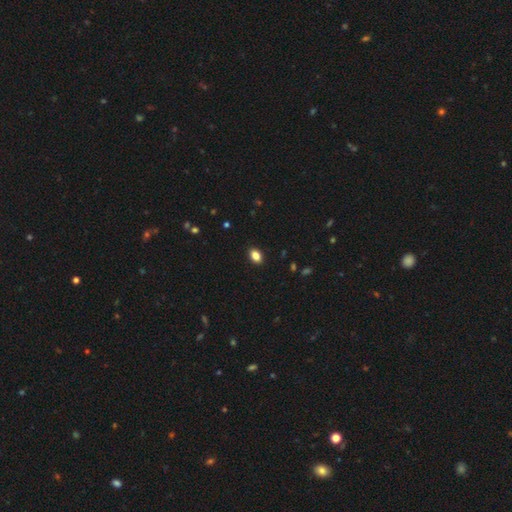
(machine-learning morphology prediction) The model was most divided on "how rounded": in between: 82%, round: 17%, cigar-shaped: 1%. More confident: merging — none (90%); smooth or featured — smooth (86%).